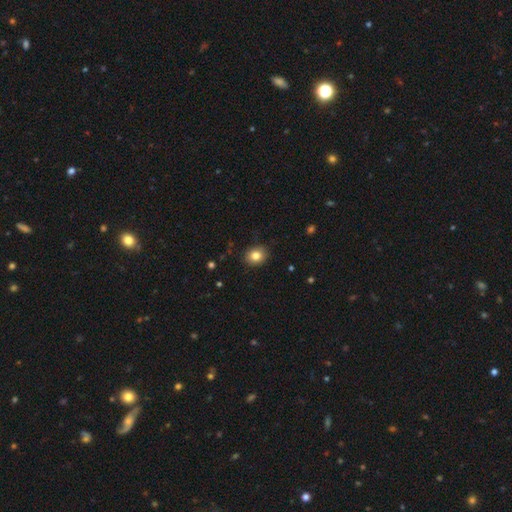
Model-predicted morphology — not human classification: smooth_or_featured: smooth (p=0.83) [alt: star or artifact p=0.10]
how_rounded: round (p=0.66) [alt: in between p=0.33]
merging: none (p=0.87) [alt: minor disturbance p=0.09]